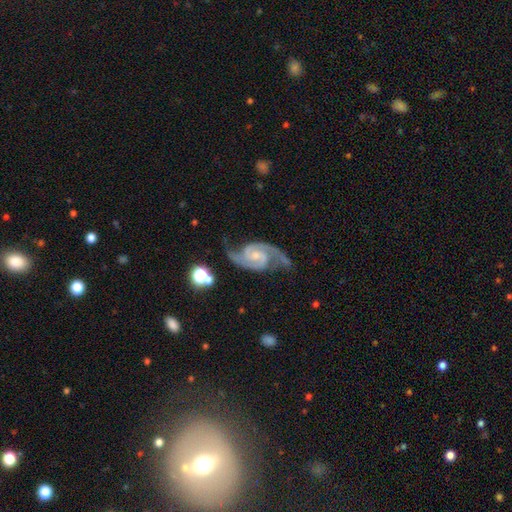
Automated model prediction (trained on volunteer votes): A featured or disk galaxy (93%) with no bar (46%), 2 (93%) medium (59%) spiral arms (99%) and a small central bulge (59%).

Vote fractions:
- Smooth or featured? featured or disk: 93% / star or artifact: 5% / smooth: 3%
- Edge-on disk? no: 98% / yes: 2%
- Bar? no: 46% / weak: 41% / strong: 12%
- Spiral arms? yes: 99% / no: 1%
- Spiral winding? medium: 59% / tight: 23% / loose: 17%
- Spiral arm count? 2: 93% / 3: 2% / can't tell: 2% / 1: 1% / 4: 1% / more than 4: 1%
- Bulge size? small: 59% / moderate: 31% / none: 7% / large: 2% / dominant: 1%
- Merging? none: 71% / minor disturbance: 18% / major disturbance: 8% / merger: 3%